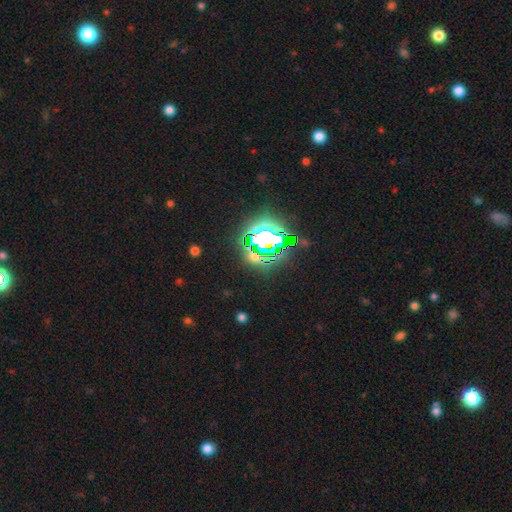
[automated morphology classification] The model was most divided on "smooth or featured": star or artifact: 74%, smooth: 16%, featured or disk: 10%.